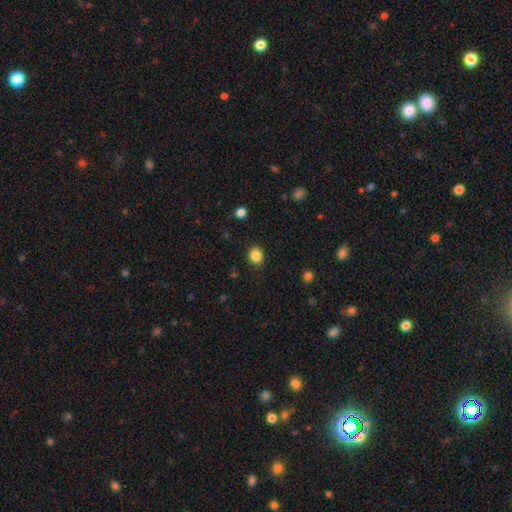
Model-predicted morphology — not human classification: Smooth or featured? smooth (86%)
How rounded? round (60%)
Merging? none (86%)